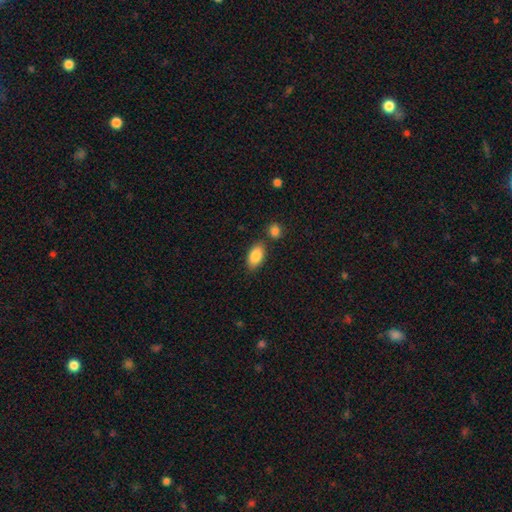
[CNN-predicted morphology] type=smooth (86%); roundness=in between (93%); merging=none (76%).